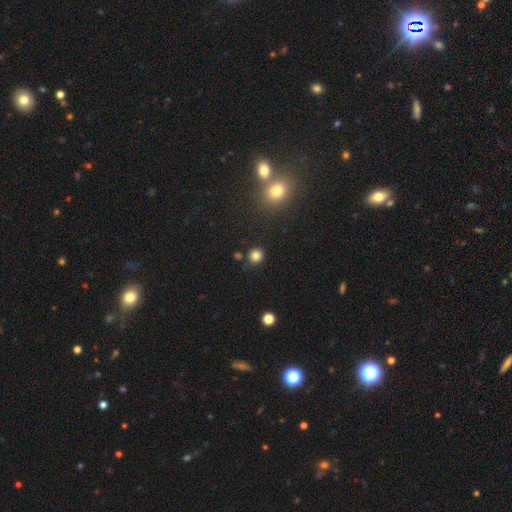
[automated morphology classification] The model was most divided on "smooth or featured": smooth: 83%, star or artifact: 13%, featured or disk: 4%. More confident: how rounded — round (89%); merging — none (86%).